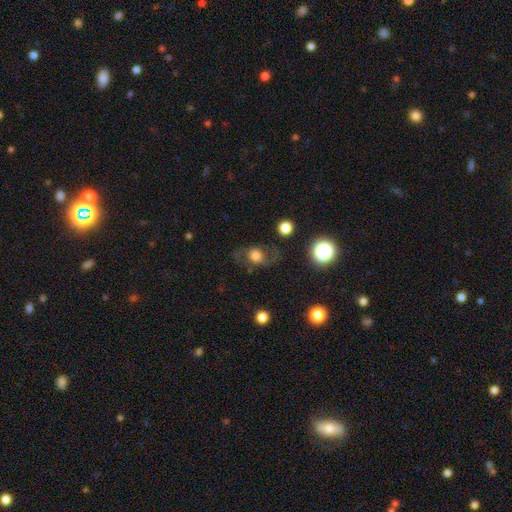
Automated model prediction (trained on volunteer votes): Morphology: type=featured or disk (46%); merging=none (61%).